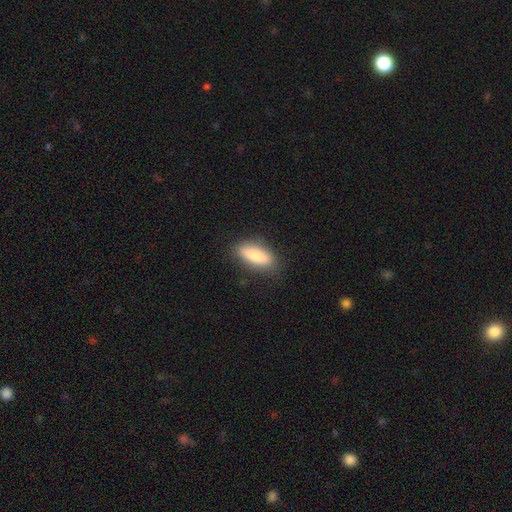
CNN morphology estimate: This appears to be a smooth galaxy with no disk features (79%) that is in between round and cigar-shaped (63%). Merging: none (83%).